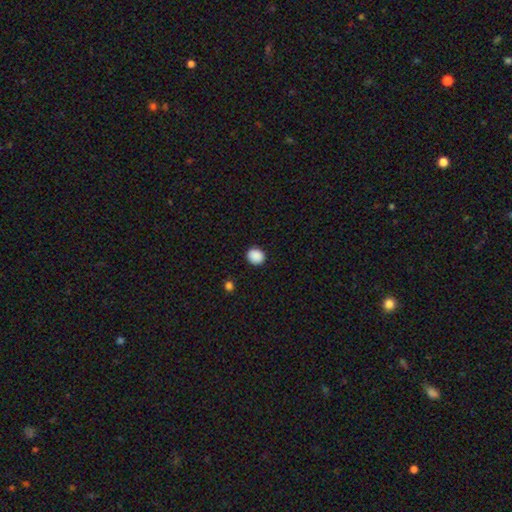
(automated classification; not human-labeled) The model was most divided on "how rounded": round: 72%, in between: 28%, cigar-shaped: 1%. More confident: merging — none (90%); smooth or featured — smooth (89%).